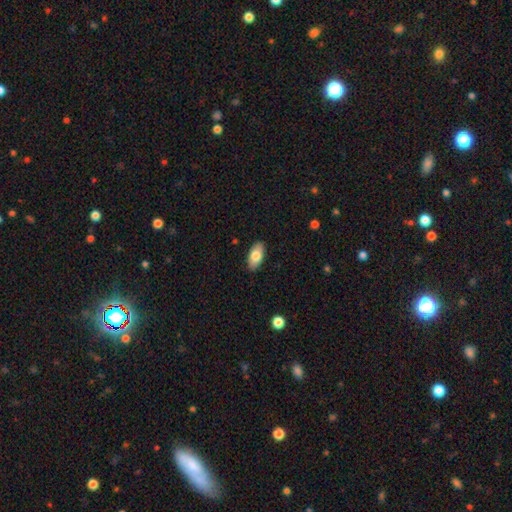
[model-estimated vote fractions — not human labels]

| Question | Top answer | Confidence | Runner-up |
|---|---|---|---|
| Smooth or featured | smooth | 80% | featured or disk (13%) |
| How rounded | in between | 92% | cigar-shaped (5%) |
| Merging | none | 88% | minor disturbance (9%) |